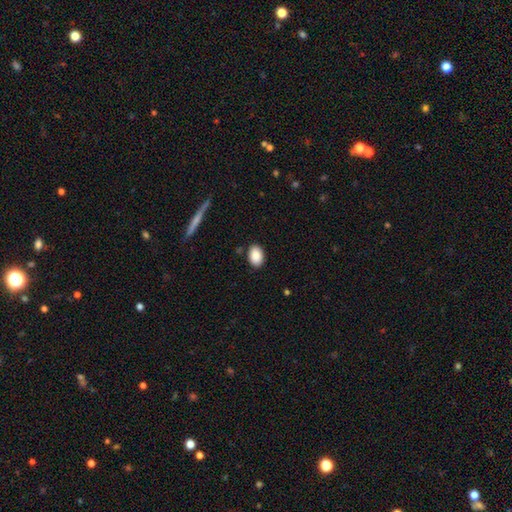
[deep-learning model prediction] A smooth galaxy with no disk features (88%) that is in between round and cigar-shaped (87%). Merging: none (87%).